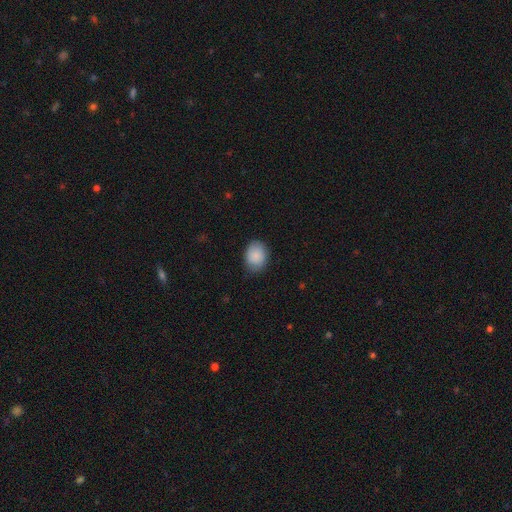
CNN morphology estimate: smooth-or-featured: smooth: 87% | star or artifact: 7% | featured or disk: 6%
  how-rounded: in between: 61% | round: 38% | cigar-shaped: 1%
  merging: none: 78% | minor disturbance: 18% | major disturbance: 4% | merger: 1%